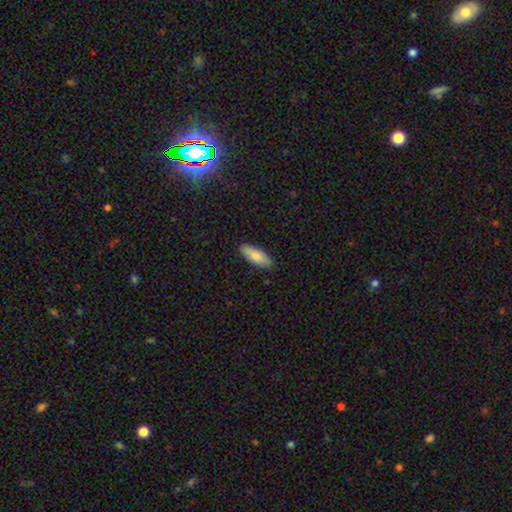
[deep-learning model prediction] Overall: smooth (85%). How rounded: in between (70%). Merging: none (88%).